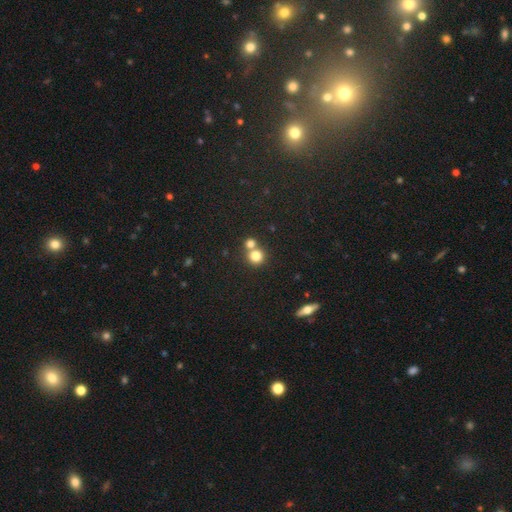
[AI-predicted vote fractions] smooth-or-featured: smooth: 79% | star or artifact: 13% | featured or disk: 8%
  how-rounded: round: 91% | in between: 8% | cigar-shaped: 1%
  merging: none: 53% | merger: 39% | minor disturbance: 6% | major disturbance: 2%